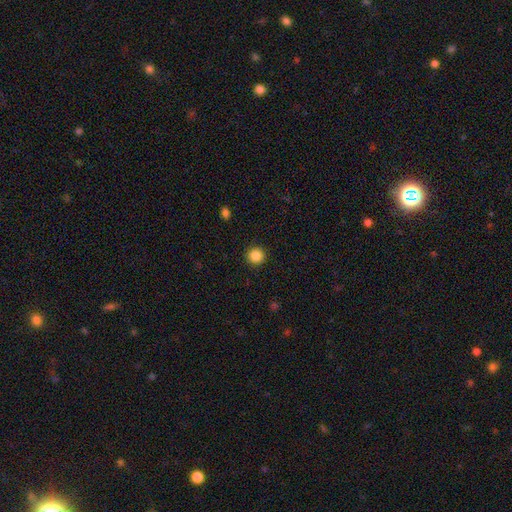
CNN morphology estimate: Smooth or featured? smooth (86%)
How rounded? round (95%)
Merging? none (93%)